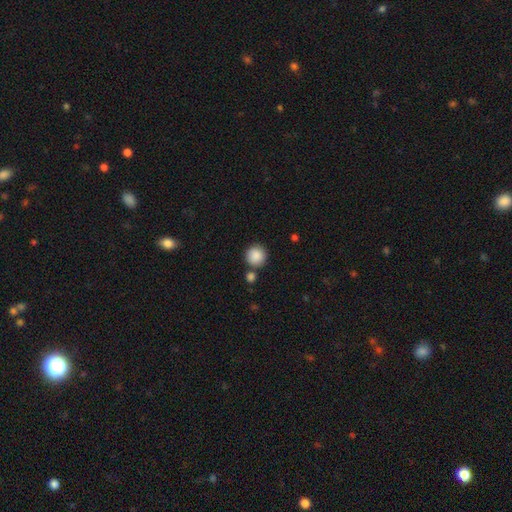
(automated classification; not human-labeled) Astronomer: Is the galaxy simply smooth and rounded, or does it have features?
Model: smooth — 88%.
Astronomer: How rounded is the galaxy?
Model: round — 94%.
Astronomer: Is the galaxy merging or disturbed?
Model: none — 78%.